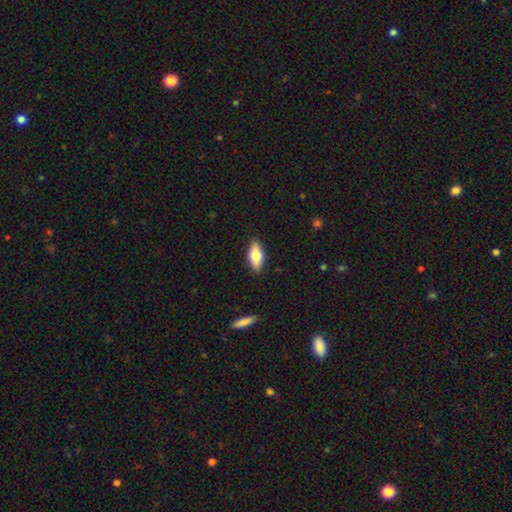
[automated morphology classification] A smooth galaxy with no disk features (69%) that is in between round and cigar-shaped (79%).

Vote fractions:
- Smooth or featured? smooth: 69% / featured or disk: 24% / star or artifact: 6%
- How rounded? in between: 79% / cigar-shaped: 18% / round: 3%
- Merging? none: 88% / minor disturbance: 9% / major disturbance: 2% / merger: 1%